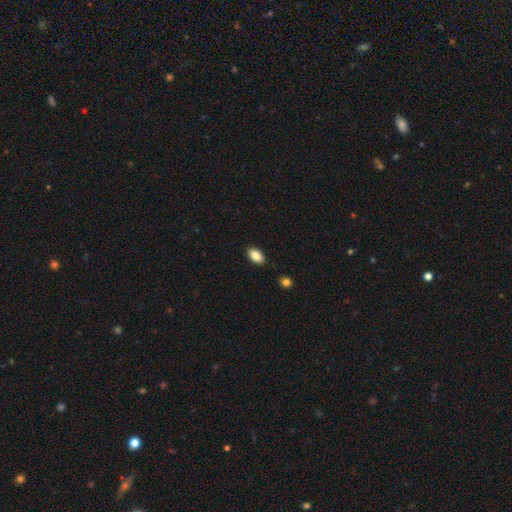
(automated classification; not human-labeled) Smooth or featured: smooth — 88% (star or artifact — 7%)
How rounded: in between — 92% (round — 5%)
Merging: none — 88% (minor disturbance — 9%)